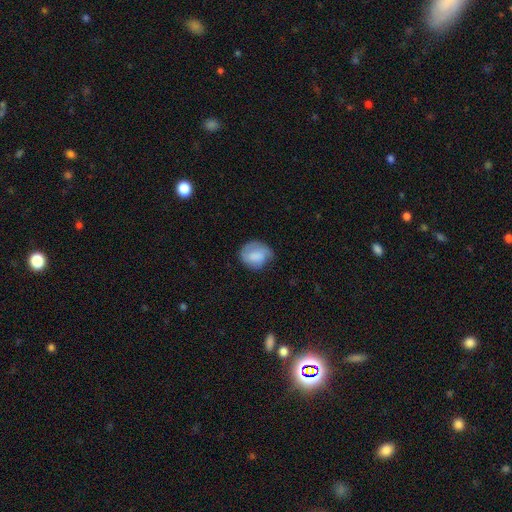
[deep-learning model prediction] Q: Smooth or featured?
A: smooth (72%); runner-up: featured or disk (21%)
Q: How rounded?
A: round (63%); runner-up: in between (36%)
Q: Merging?
A: none (57%); runner-up: minor disturbance (30%)